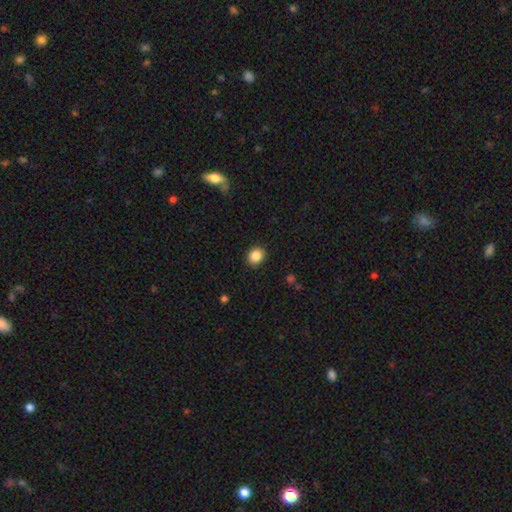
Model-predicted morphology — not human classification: smooth-or-featured: smooth: 87% | star or artifact: 9% | featured or disk: 3%
  how-rounded: round: 66% | in between: 33% | cigar-shaped: 1%
  merging: none: 89% | minor disturbance: 7% | major disturbance: 2% | merger: 1%